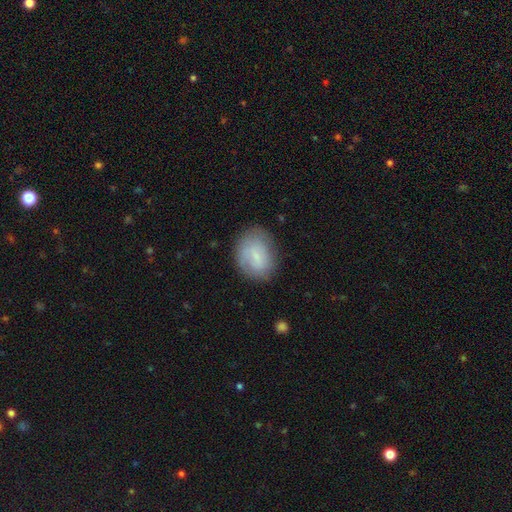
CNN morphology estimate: smooth_or_featured: smooth (p=0.66) [alt: featured or disk p=0.27]
how_rounded: in between (p=0.62) [alt: round p=0.36]
merging: none (p=0.72) [alt: minor disturbance p=0.20]